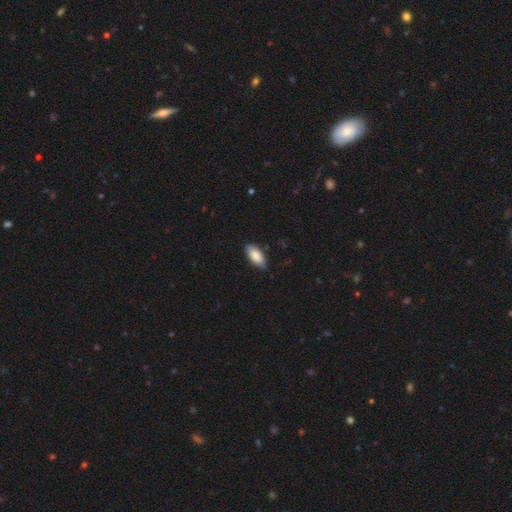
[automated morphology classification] Smooth or featured: smooth — 86% (featured or disk — 8%)
How rounded: in between — 89% (cigar-shaped — 9%)
Merging: none — 80% (minor disturbance — 17%)